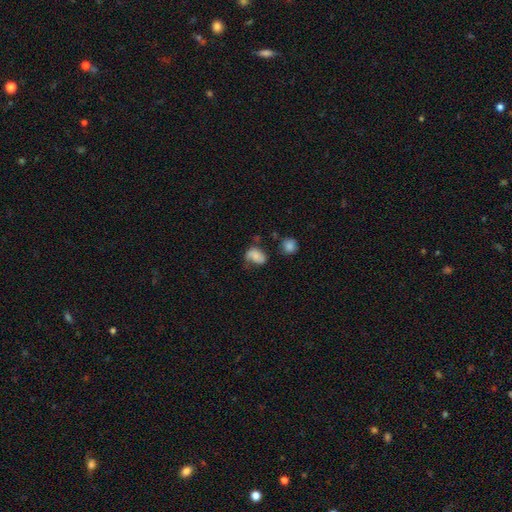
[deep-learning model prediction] This is likely a smooth galaxy (62%). How rounded: likely in between (78%). Merging: marginally none (40%).